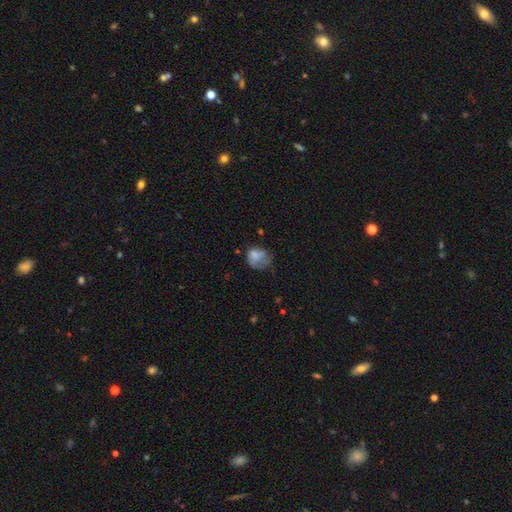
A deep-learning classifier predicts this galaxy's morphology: type=smooth (58%); roundness=round (51%); merging=major disturbance (35%).